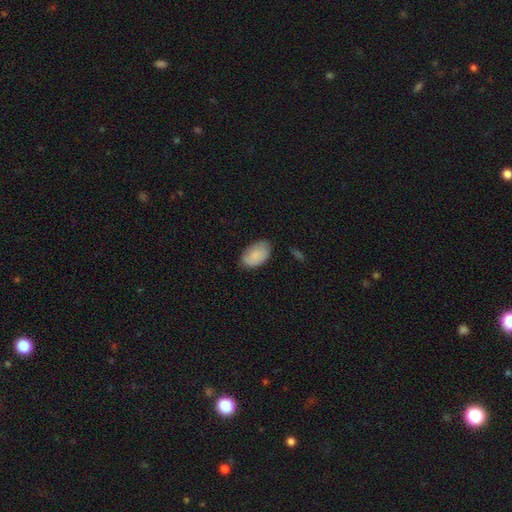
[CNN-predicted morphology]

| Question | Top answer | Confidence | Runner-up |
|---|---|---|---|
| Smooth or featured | smooth | 81% | featured or disk (13%) |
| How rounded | in between | 92% | round (6%) |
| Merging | none | 72% | minor disturbance (23%) |